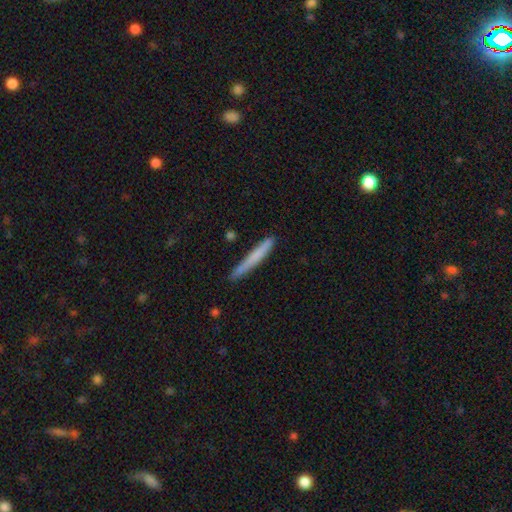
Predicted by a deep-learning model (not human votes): Overall: smooth (70%). How rounded: cigar-shaped (97%). Merging: none (84%).